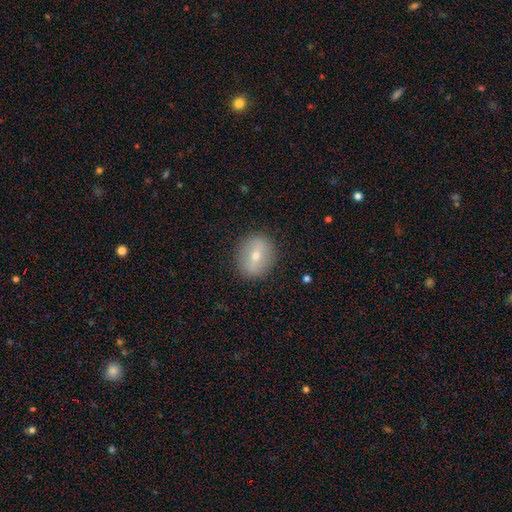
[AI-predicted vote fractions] Smooth or featured? smooth (47%)
Merging? none (88%)